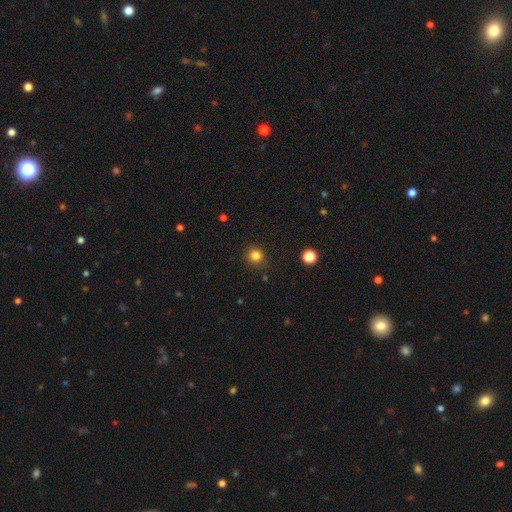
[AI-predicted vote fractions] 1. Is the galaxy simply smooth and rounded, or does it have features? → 83% smooth, 13% star or artifact, 4% featured or disk.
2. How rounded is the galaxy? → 92% round, 7% in between, 1% cigar-shaped.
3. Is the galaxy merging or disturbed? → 89% none, 8% minor disturbance, 2% major disturbance, 1% merger.